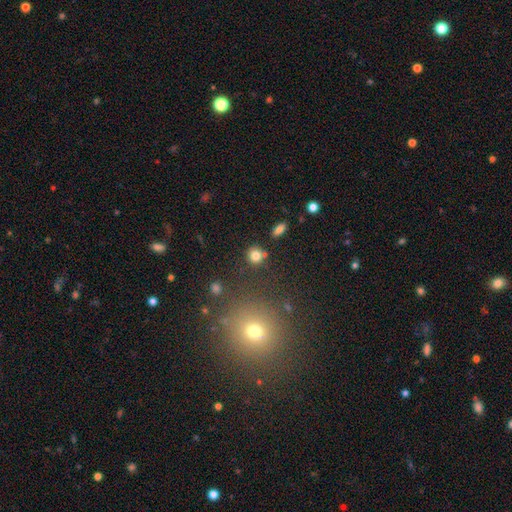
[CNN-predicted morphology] type=smooth (80%); roundness=round (87%); merging=none (77%).